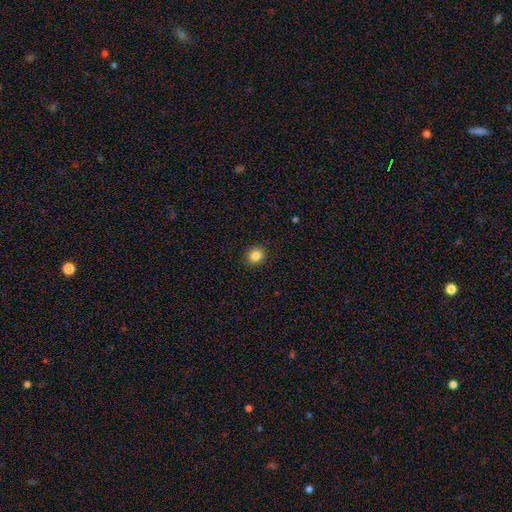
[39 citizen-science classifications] A smooth galaxy with no disk features (87%) that is round (74%). Merging: none (87%).